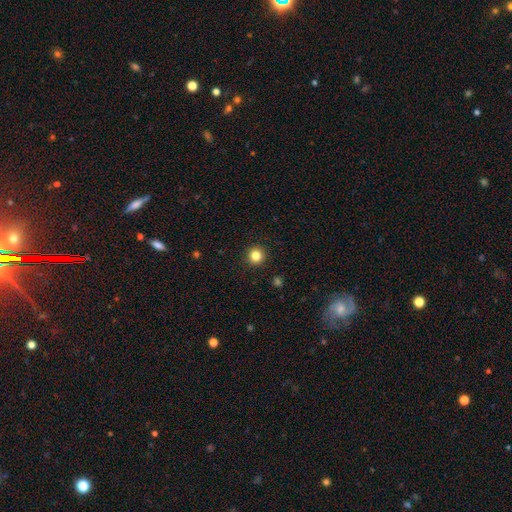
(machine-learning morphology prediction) Smooth or featured: smooth — 83% (star or artifact — 12%)
How rounded: round — 95% (in between — 4%)
Merging: none — 93% (minor disturbance — 5%)